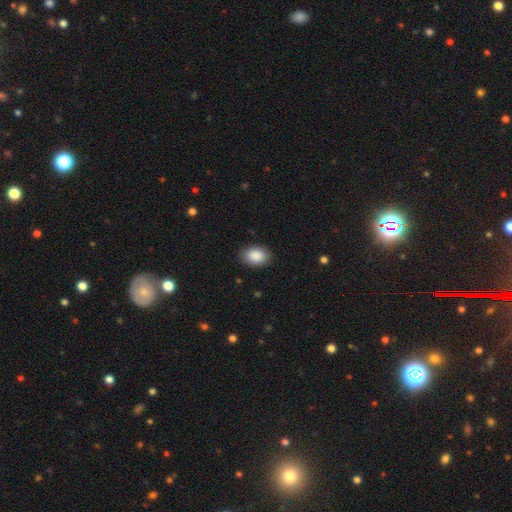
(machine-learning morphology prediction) smooth-or-featured: smooth: 89% | star or artifact: 7% | featured or disk: 4%
  how-rounded: in between: 78% | round: 21% | cigar-shaped: 1%
  merging: none: 87% | minor disturbance: 10% | major disturbance: 2% | merger: 1%